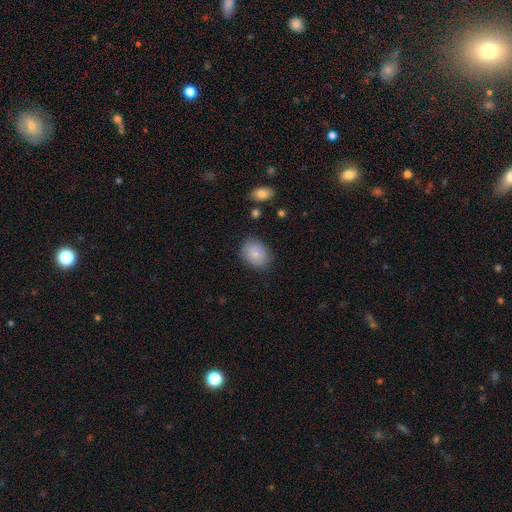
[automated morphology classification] A smooth galaxy with no disk features (85%) that is in between round and cigar-shaped (65%). Merging: none (83%).